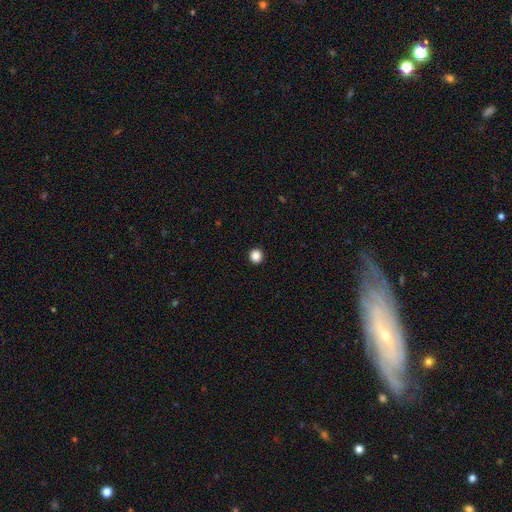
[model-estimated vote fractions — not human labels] Smooth or featured?
  - smooth: 87% *
  - star or artifact: 10%
  - featured or disk: 3%
How rounded?
  - round: 93% *
  - in between: 6%
  - cigar-shaped: 1%
Merging?
  - none: 94% *
  - minor disturbance: 4%
  - major disturbance: 1%
  - merger: 1%